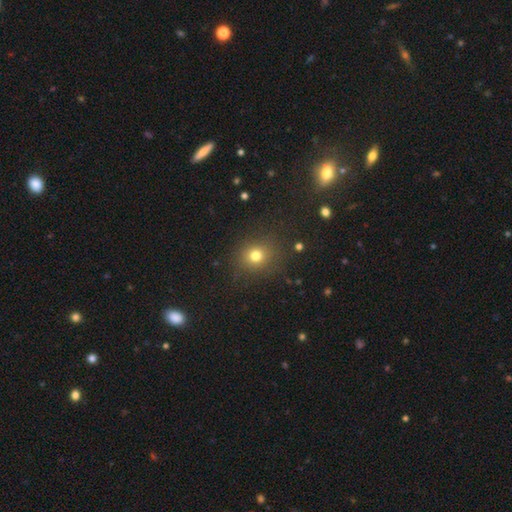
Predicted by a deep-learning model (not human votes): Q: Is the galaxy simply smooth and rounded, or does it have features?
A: smooth — 76%.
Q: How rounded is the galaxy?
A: round — 82%.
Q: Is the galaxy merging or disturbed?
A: none — 84%.